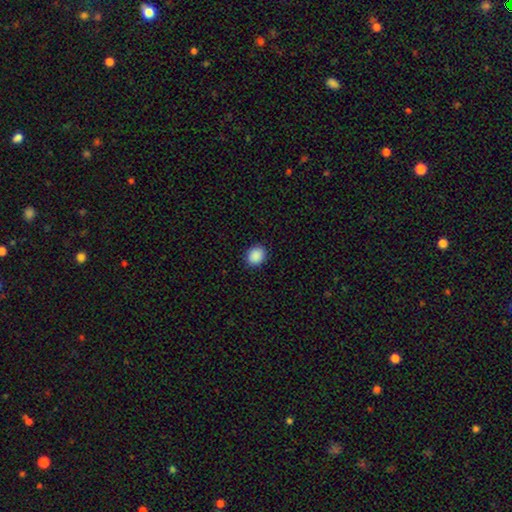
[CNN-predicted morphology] A smooth galaxy with no disk features (90%) that is round (60%).

Vote fractions:
- Smooth or featured? smooth: 90% / star or artifact: 8% / featured or disk: 2%
- How rounded? round: 60% / in between: 39% / cigar-shaped: 1%
- Merging? none: 91% / minor disturbance: 6% / major disturbance: 2% / merger: 1%